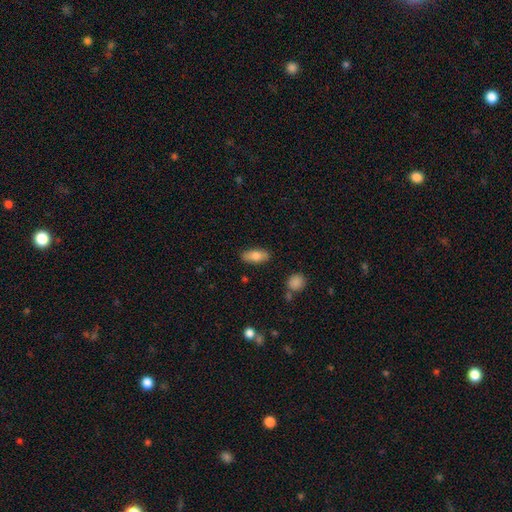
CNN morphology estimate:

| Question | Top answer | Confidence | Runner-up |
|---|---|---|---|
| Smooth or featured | smooth | 76% | featured or disk (18%) |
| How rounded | in between | 79% | cigar-shaped (17%) |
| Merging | none | 86% | minor disturbance (10%) |